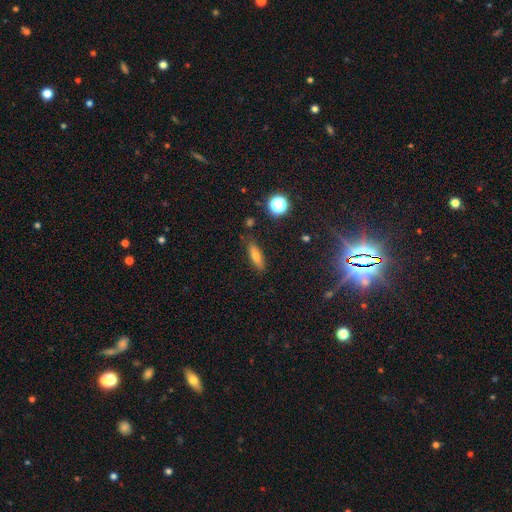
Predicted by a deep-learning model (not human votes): Morphology: type=smooth (68%); roundness=cigar-shaped (55%); merging=none (83%).